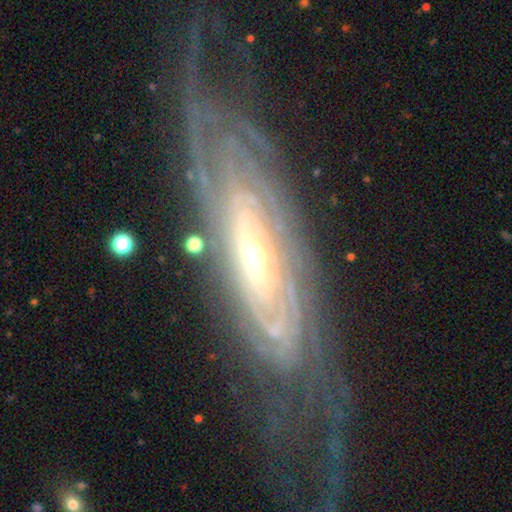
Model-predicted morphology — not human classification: Overall: featured or disk (88%). Edge-on disk: no (83%). Bar: no (50%; weak 30%). Spiral arms: yes (93%). Spiral arm count: can't tell (44%; 2 19%). Spiral winding: tight (67%). Bulge size: small (61%; moderate 33%). Merging: none (69%).